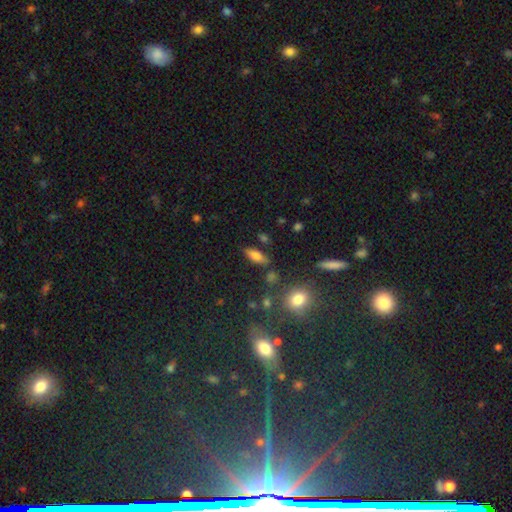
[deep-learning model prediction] smooth 72%, featured or disk 18%, star or artifact 11%. Down the decision tree: how rounded — in between (66%); merging — none (77%).